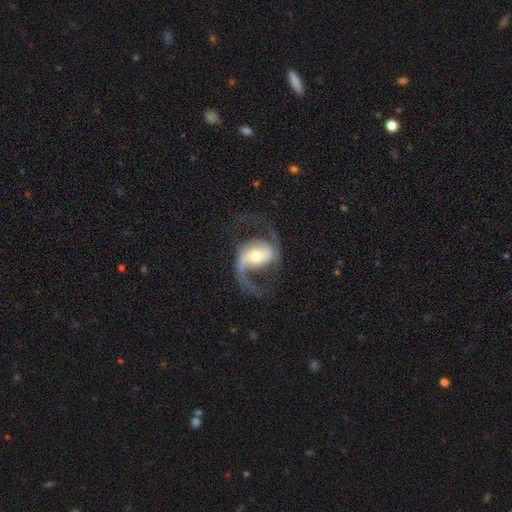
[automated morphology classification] Q: Smooth or featured?
A: featured or disk (88%); runner-up: smooth (7%)
Q: Edge-on disk?
A: no (97%); runner-up: yes (3%)
Q: Bar?
A: weak (38%); runner-up: no (35%)
Q: Spiral arms?
A: yes (96%); runner-up: no (4%)
Q: Spiral winding?
A: loose (57%); runner-up: medium (36%)
Q: Spiral arm count?
A: 2 (85%); runner-up: 1 (10%)
Q: Bulge size?
A: moderate (58%); runner-up: small (31%)
Q: Merging?
A: none (64%); runner-up: major disturbance (20%)